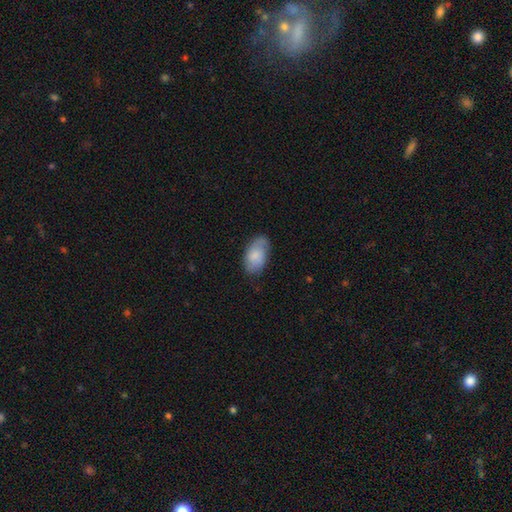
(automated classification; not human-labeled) Q: Smooth or featured?
A: smooth (70%); runner-up: featured or disk (23%)
Q: How rounded?
A: in between (94%); runner-up: round (4%)
Q: Merging?
A: none (70%); runner-up: minor disturbance (23%)